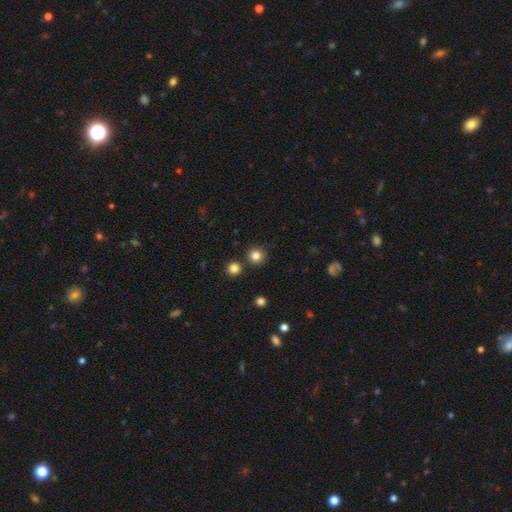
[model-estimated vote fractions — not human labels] Overall: smooth (82%). How rounded: round (94%). Merging: none (86%).